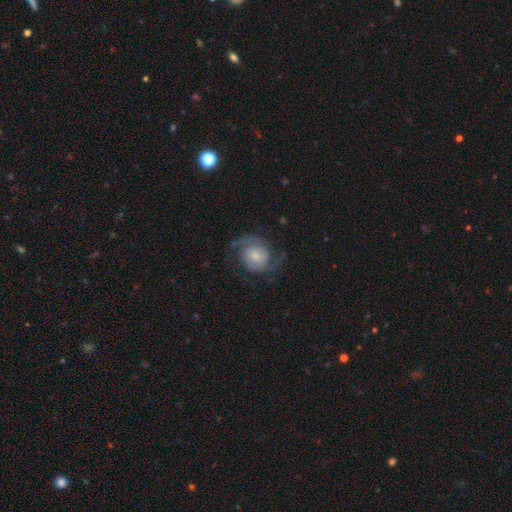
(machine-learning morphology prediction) featured or disk 71%, smooth 21%, star or artifact 7%. Down the decision tree: edge-on disk — no (98%); bar — no (67%); spiral arms — yes (93%); spiral arm count — 2 (84%); spiral winding — medium (45%); bulge size — small (50%); merging — none (67%).